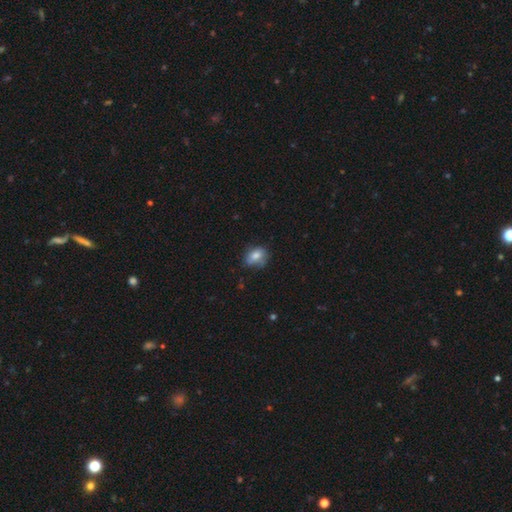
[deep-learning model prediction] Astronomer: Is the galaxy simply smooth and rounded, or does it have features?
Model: smooth — 76%.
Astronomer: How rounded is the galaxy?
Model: in between — 64%.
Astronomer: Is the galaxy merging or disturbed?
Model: none — 59%.